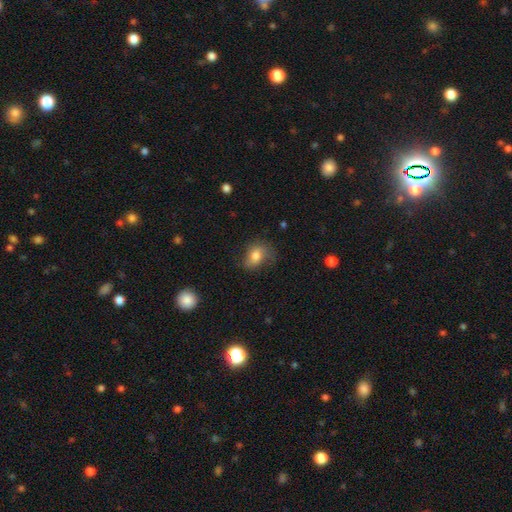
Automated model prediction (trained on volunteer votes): This appears to be a smooth galaxy with no disk features (69%) that is in between round and cigar-shaped (62%). Merging: none (56%).